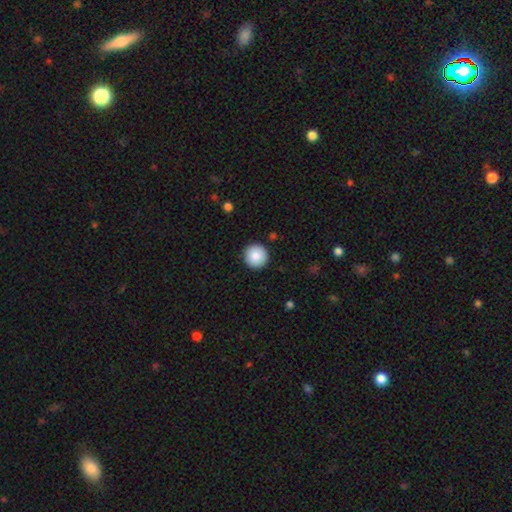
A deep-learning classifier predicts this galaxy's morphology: smooth 87%, star or artifact 8%, featured or disk 5%. Down the decision tree: how rounded — round (96%); merging — none (92%).